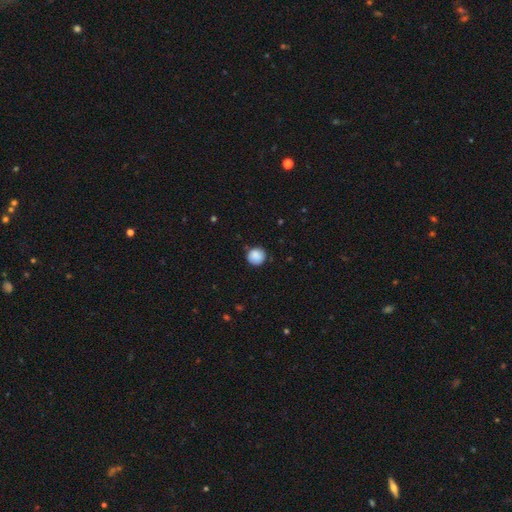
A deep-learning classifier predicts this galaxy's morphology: A smooth galaxy with no disk features (88%) that is round (94%).

Vote fractions:
- Smooth or featured? smooth: 88% / star or artifact: 8% / featured or disk: 4%
- How rounded? round: 94% / in between: 6% / cigar-shaped: 1%
- Merging? none: 84% / minor disturbance: 12% / major disturbance: 3% / merger: 1%